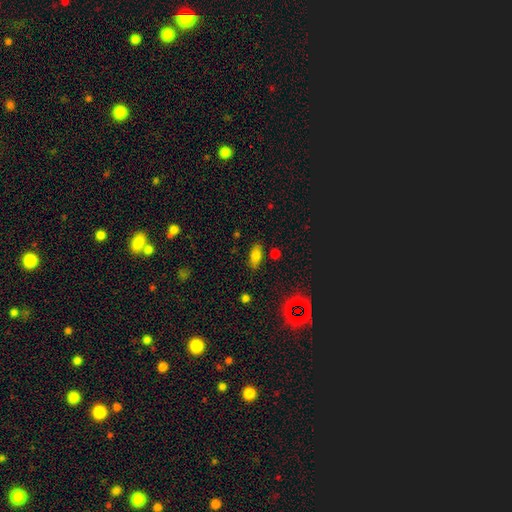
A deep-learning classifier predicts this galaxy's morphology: smooth_or_featured: smooth (p=0.74) [alt: star or artifact p=0.15]
how_rounded: in between (p=0.86) [alt: cigar-shaped p=0.08]
merging: none (p=0.81) [alt: minor disturbance p=0.12]